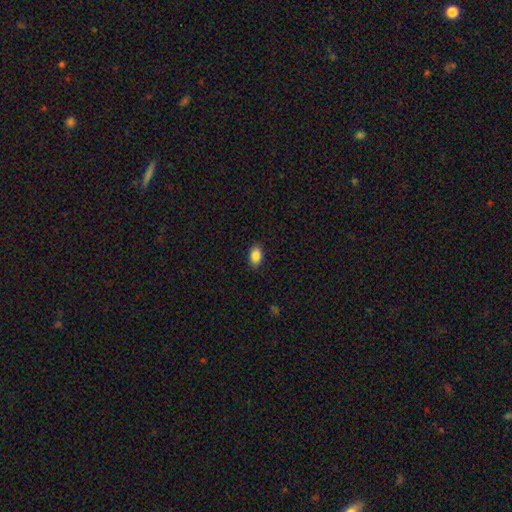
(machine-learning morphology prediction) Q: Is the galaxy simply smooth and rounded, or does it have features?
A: smooth — 88%.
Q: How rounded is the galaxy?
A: in between — 89%.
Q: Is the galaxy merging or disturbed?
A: none — 89%.